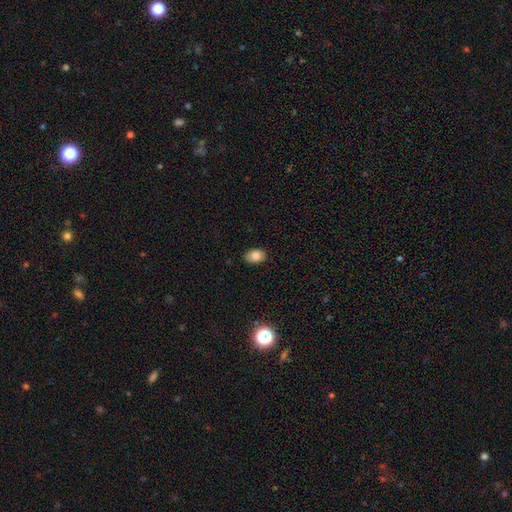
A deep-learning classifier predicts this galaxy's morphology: Smooth or featured? smooth (82%)
How rounded? in between (87%)
Merging? none (87%)